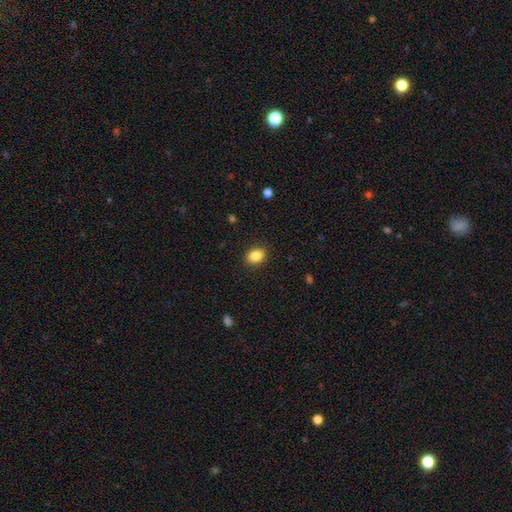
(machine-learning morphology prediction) This appears to be a smooth galaxy with no disk features (87%) that is in between round and cigar-shaped (62%). Merging: none (89%).